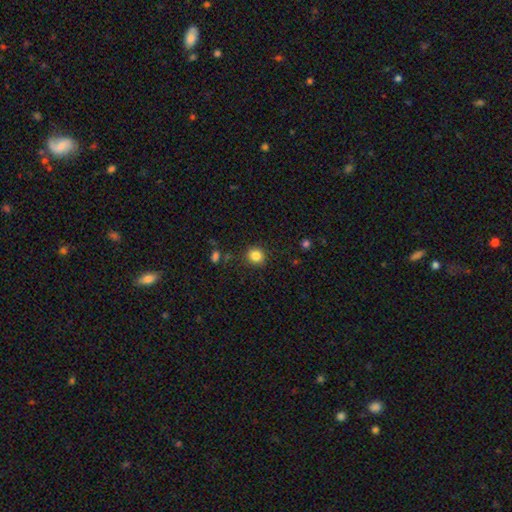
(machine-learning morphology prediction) A smooth galaxy with no disk features (84%) that is round (88%).

Vote fractions:
- Smooth or featured? smooth: 84% / star or artifact: 11% / featured or disk: 5%
- How rounded? round: 88% / in between: 11% / cigar-shaped: 1%
- Merging? none: 89% / minor disturbance: 7% / major disturbance: 2% / merger: 2%